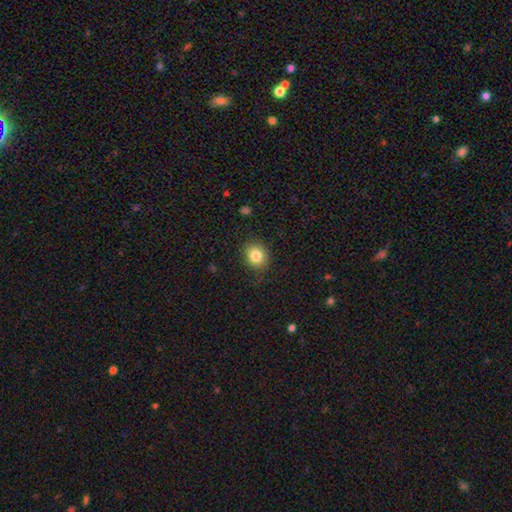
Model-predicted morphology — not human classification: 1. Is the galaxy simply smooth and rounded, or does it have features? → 83% smooth, 10% star or artifact, 7% featured or disk.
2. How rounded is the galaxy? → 77% round, 23% in between, 1% cigar-shaped.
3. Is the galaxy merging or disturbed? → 86% none, 10% minor disturbance, 3% major disturbance, 1% merger.